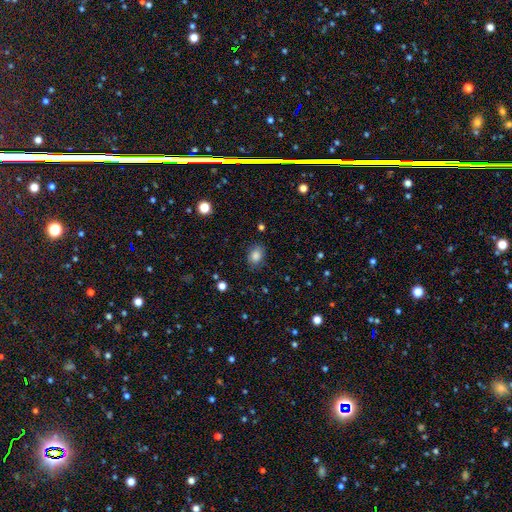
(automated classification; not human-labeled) smooth-or-featured: smooth: 83% | star or artifact: 10% | featured or disk: 7%
  how-rounded: in between: 65% | round: 34% | cigar-shaped: 1%
  merging: none: 81% | minor disturbance: 14% | major disturbance: 4% | merger: 1%